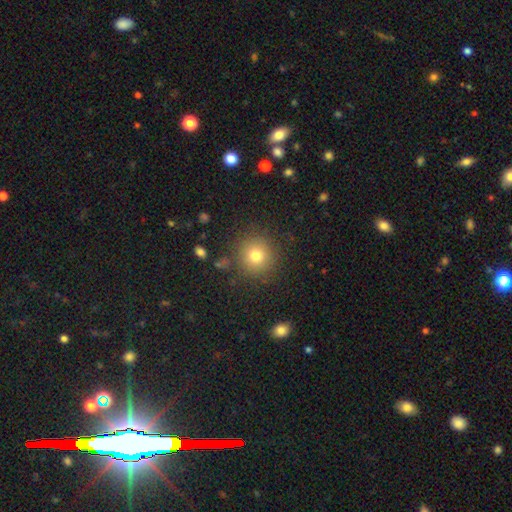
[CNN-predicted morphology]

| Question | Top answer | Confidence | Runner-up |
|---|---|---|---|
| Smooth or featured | smooth | 76% | star or artifact (14%) |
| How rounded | round | 93% | in between (6%) |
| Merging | none | 86% | minor disturbance (8%) |